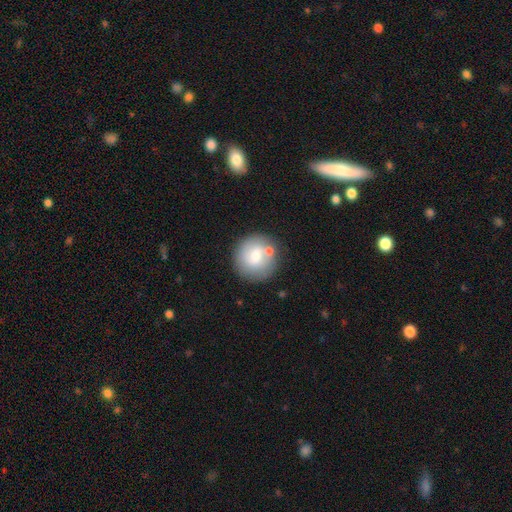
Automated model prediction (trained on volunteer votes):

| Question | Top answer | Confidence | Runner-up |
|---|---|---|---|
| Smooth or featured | smooth | 65% | featured or disk (28%) |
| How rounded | round | 92% | in between (7%) |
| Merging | none | 72% | merger (12%) |